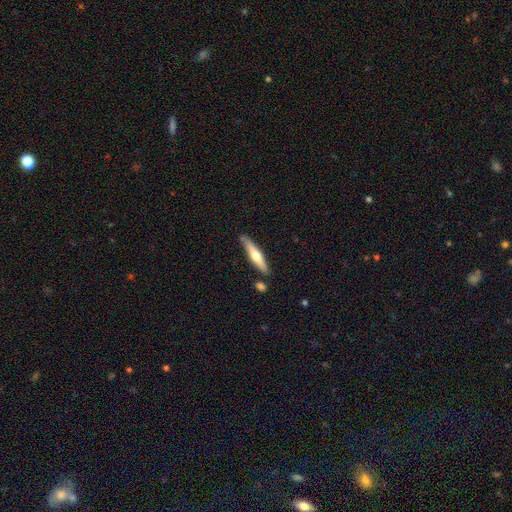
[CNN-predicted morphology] A featured or disk galaxy (48%). Merging: none (80%).